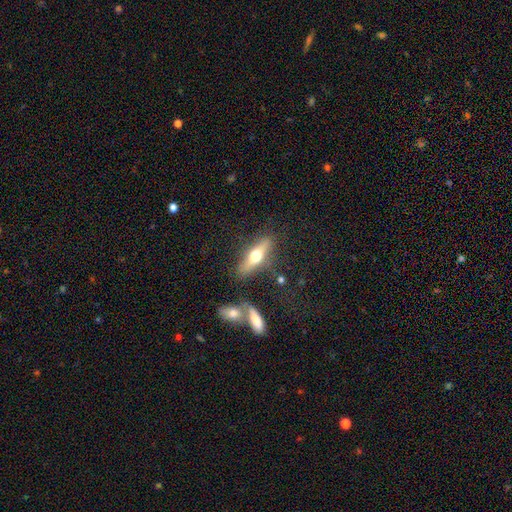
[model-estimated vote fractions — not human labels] Q: Smooth or featured?
A: featured or disk (52%); runner-up: smooth (42%)
Q: Edge-on disk?
A: yes (89%); runner-up: no (11%)
Q: Merging?
A: none (78%); runner-up: minor disturbance (12%)